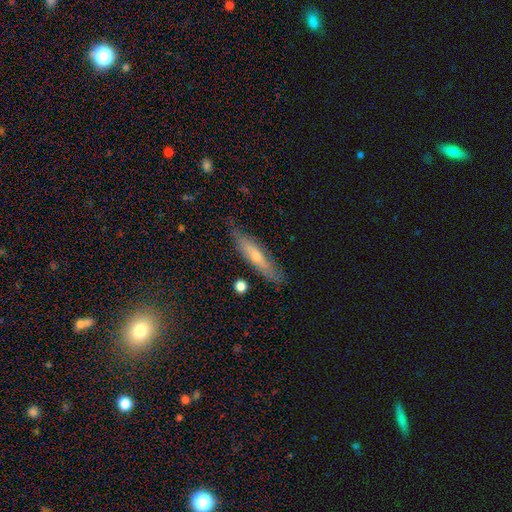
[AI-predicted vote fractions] A featured or disk galaxy (49%).

Vote fractions:
- Smooth or featured? featured or disk: 49% / smooth: 43% / star or artifact: 7%
- Merging? none: 78% / minor disturbance: 17% / major disturbance: 3% / merger: 2%